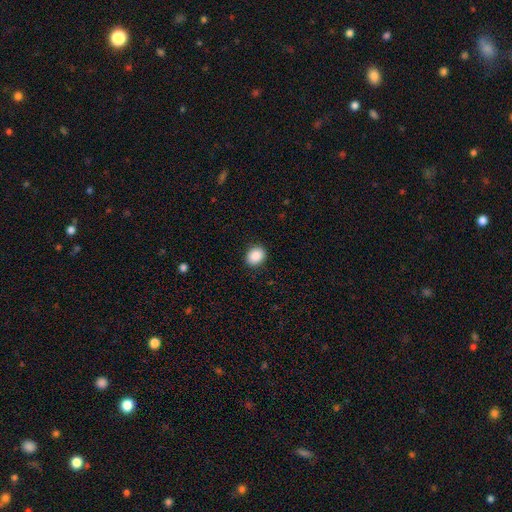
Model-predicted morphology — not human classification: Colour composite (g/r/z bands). It shows a smooth galaxy with no disk features (90%) that is round (56%). Merging: none (90%).